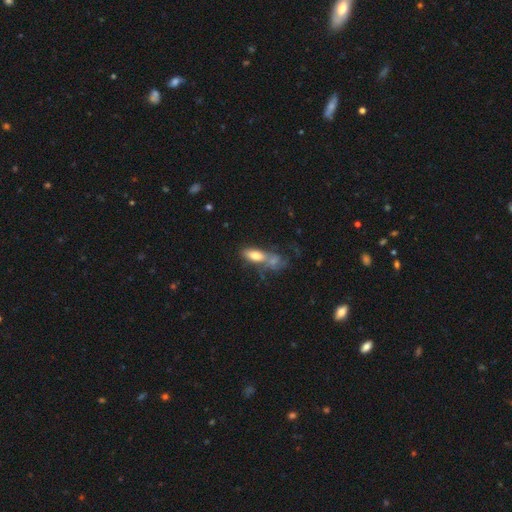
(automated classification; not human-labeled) smooth_or_featured: smooth (p=0.70) [alt: featured or disk p=0.22]
how_rounded: in between (p=0.75) [alt: cigar-shaped p=0.21]
merging: merger (p=0.38) [alt: none p=0.37]